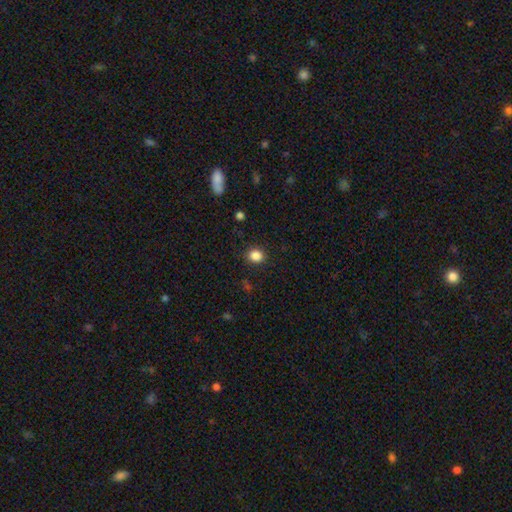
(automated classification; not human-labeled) A smooth galaxy with no disk features (86%) that is round (71%).

Vote fractions:
- Smooth or featured? smooth: 86% / star or artifact: 10% / featured or disk: 3%
- How rounded? round: 71% / in between: 28% / cigar-shaped: 1%
- Merging? none: 88% / minor disturbance: 8% / major disturbance: 3% / merger: 1%